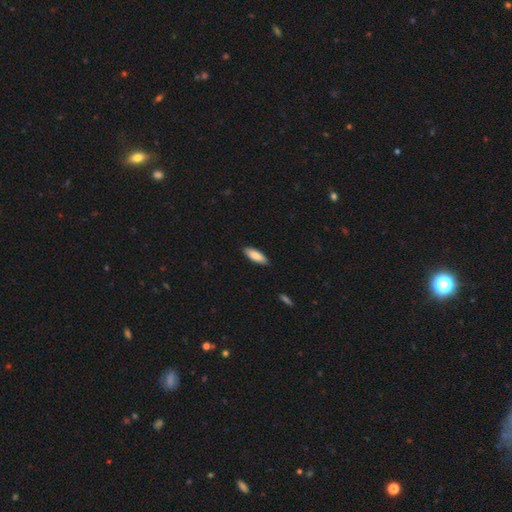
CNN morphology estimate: Smooth or featured? Predicted: smooth (p=0.86). How rounded? Predicted: in between (p=0.62). Merging? Predicted: none (p=0.88).